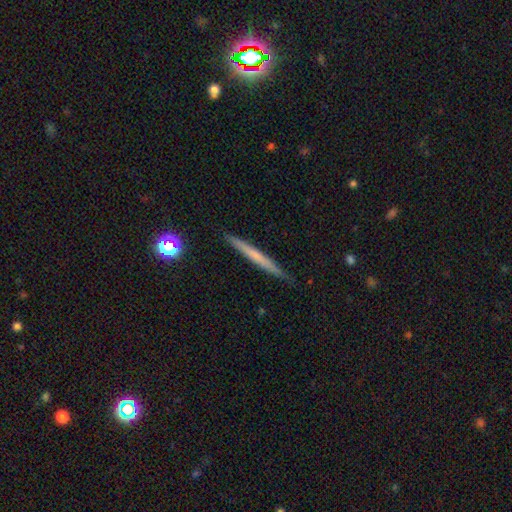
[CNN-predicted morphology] Smooth or featured? smooth (53%)
How rounded? cigar-shaped (97%)
Merging? none (89%)